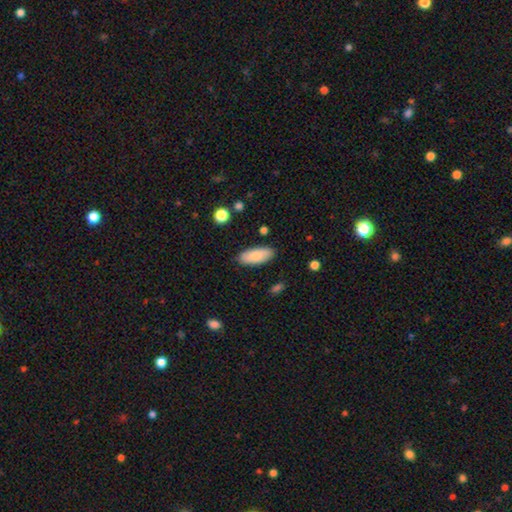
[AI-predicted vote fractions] A smooth galaxy with no disk features (82%) that is in between round and cigar-shaped (84%). Merging: none (86%).